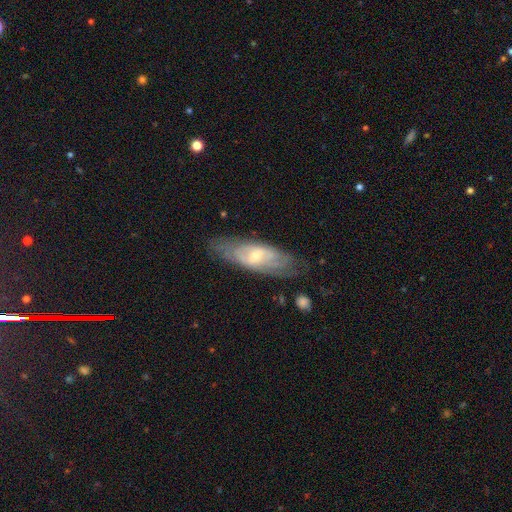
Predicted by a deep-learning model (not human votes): featured or disk 68%, smooth 26%, star or artifact 7%. Down the decision tree: edge-on disk — no (80%); bar — weak (45%); spiral arms — yes (79%); bulge size — small (55%); merging — none (71%).